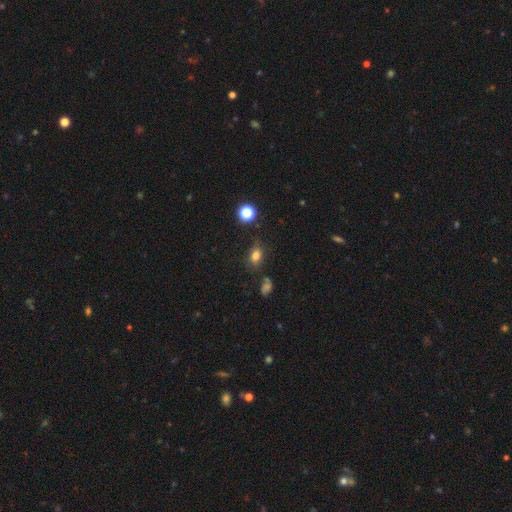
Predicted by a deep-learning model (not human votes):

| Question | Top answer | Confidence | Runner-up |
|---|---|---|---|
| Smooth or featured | smooth | 77% | star or artifact (15%) |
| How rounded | in between | 70% | round (27%) |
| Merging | none | 71% | minor disturbance (19%) |